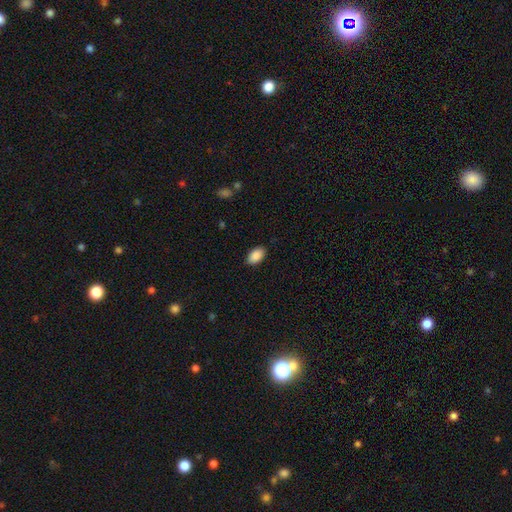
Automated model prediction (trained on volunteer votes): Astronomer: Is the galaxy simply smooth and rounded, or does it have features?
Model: smooth — 89%.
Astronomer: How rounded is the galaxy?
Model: in between — 93%.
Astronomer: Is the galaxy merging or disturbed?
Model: none — 88%.